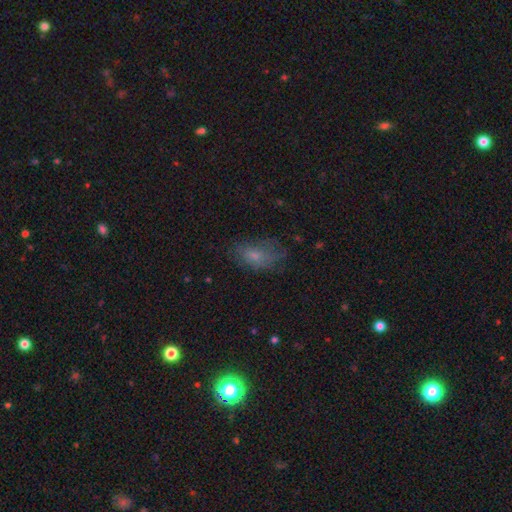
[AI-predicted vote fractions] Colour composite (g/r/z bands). It shows a smooth galaxy with no disk features (67%) that is in between round and cigar-shaped (87%). Merging: none (54%).